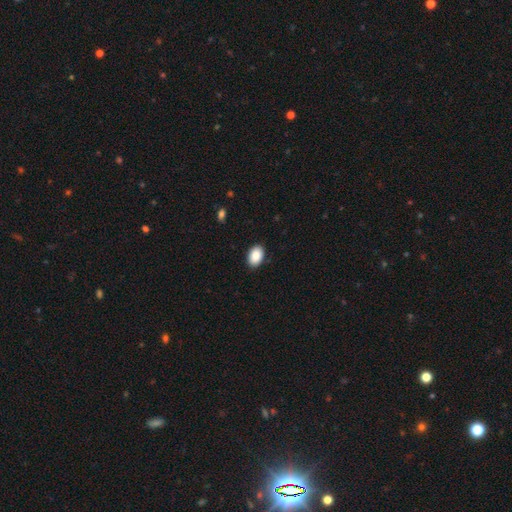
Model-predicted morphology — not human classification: Smooth or featured?
  - smooth: 89% *
  - star or artifact: 7%
  - featured or disk: 4%
How rounded?
  - in between: 87% *
  - round: 12%
  - cigar-shaped: 1%
Merging?
  - none: 90% *
  - minor disturbance: 8%
  - major disturbance: 2%
  - merger: 1%